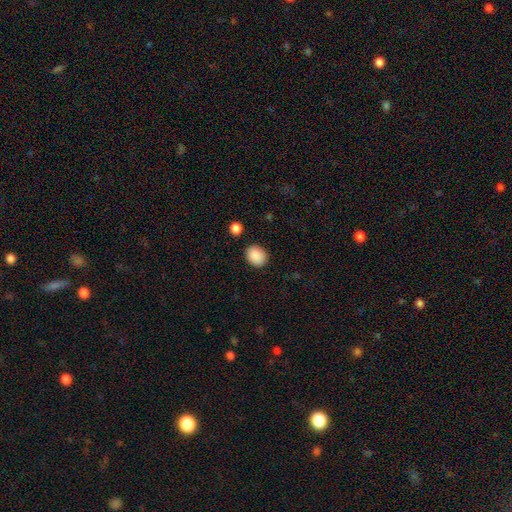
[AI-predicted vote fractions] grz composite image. It shows a smooth galaxy with no disk features (89%) that is round (59%). Merging: none (88%).